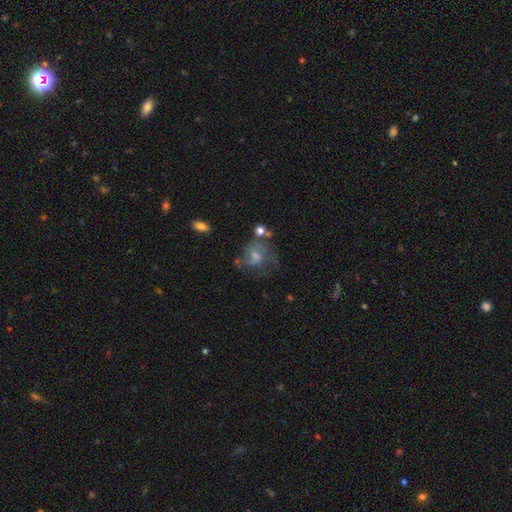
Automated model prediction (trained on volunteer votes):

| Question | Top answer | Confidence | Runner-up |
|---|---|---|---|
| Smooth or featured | featured or disk | 59% | smooth (24%) |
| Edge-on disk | no | 97% | yes (3%) |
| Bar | no | 61% | weak (33%) |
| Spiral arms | yes | 73% | no (27%) |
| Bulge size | moderate | 41% | small (37%) |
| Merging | none | 52% | major disturbance (20%) |